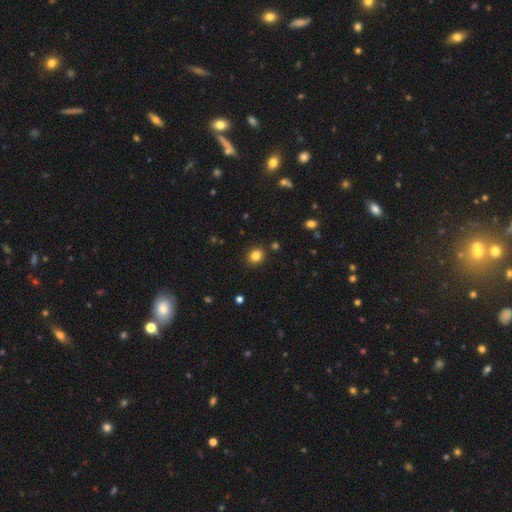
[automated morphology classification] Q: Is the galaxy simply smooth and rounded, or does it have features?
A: smooth — 83%.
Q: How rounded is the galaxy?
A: round — 66%.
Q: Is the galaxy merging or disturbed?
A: none — 89%.